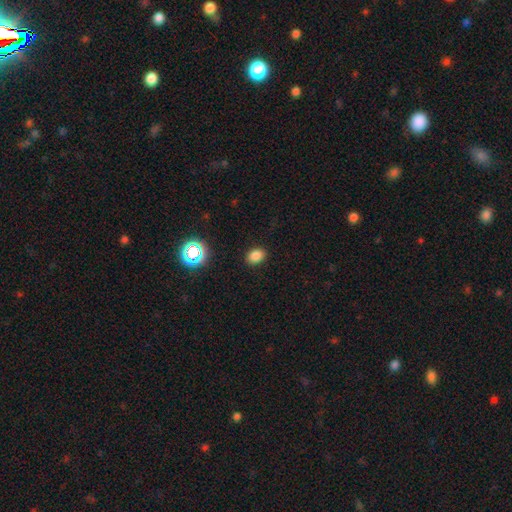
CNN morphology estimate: Q: Smooth or featured?
A: smooth (81%); runner-up: star or artifact (14%)
Q: How rounded?
A: in between (69%); runner-up: round (30%)
Q: Merging?
A: none (89%); runner-up: minor disturbance (8%)